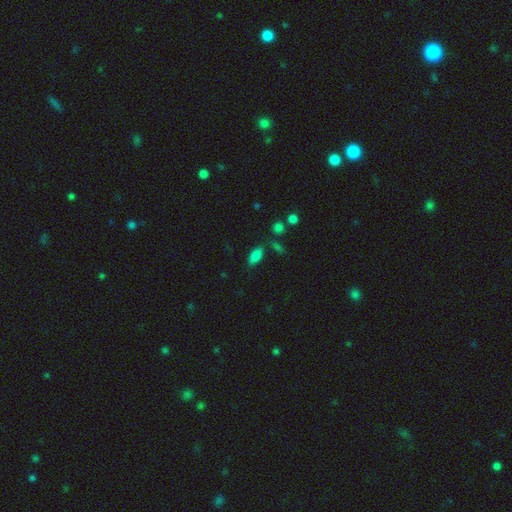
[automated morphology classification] Smooth or featured: smooth — 82% (star or artifact — 11%)
How rounded: in between — 88% (cigar-shaped — 9%)
Merging: none — 73% (minor disturbance — 15%)